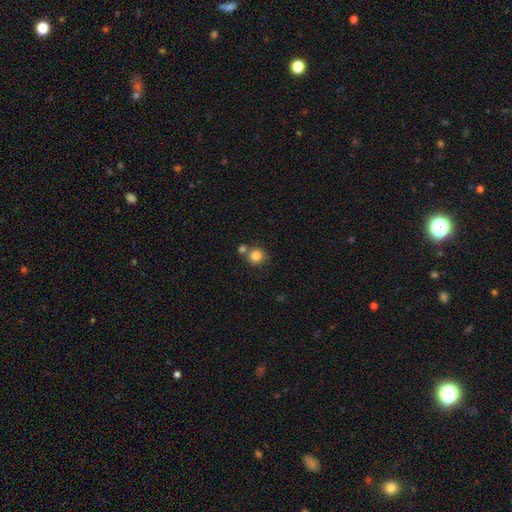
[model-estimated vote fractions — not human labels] Overall: smooth (84%). How rounded: round (92%). Merging: none (65%).